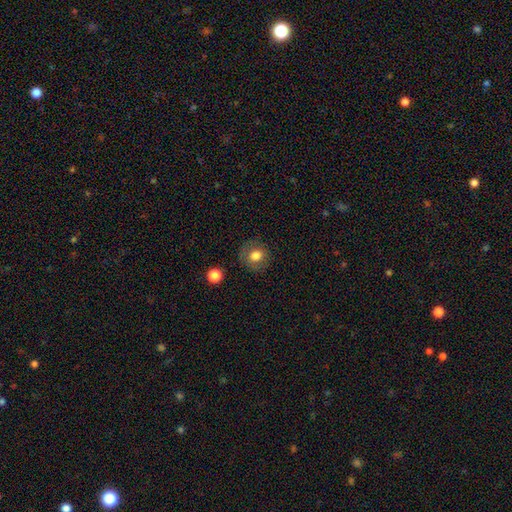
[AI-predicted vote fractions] The model was most divided on "smooth or featured": smooth: 76%, featured or disk: 15%, star or artifact: 9%. More confident: how rounded — round (83%); merging — none (83%).